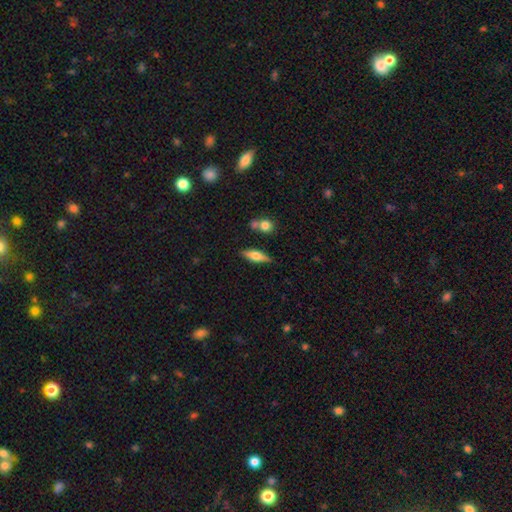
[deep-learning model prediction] Q: Smooth or featured?
A: smooth (56%); runner-up: featured or disk (37%)
Q: How rounded?
A: in between (52%); runner-up: cigar-shaped (45%)
Q: Merging?
A: none (79%); runner-up: minor disturbance (12%)